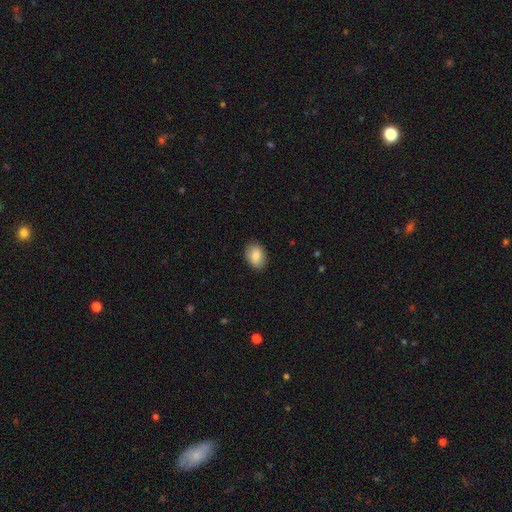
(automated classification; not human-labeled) Smooth or featured: smooth — 83% (featured or disk — 9%)
How rounded: in between — 80% (round — 19%)
Merging: none — 88% (minor disturbance — 9%)